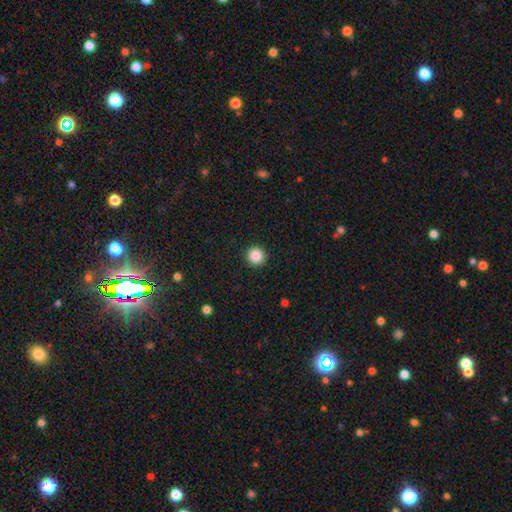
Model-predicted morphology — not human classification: A smooth galaxy with no disk features (87%) that is round (96%). Merging: none (93%).